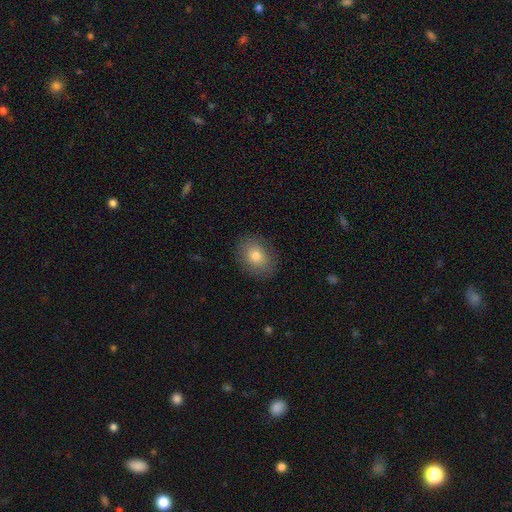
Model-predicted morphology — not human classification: Smooth or featured: smooth — 79% (featured or disk — 11%)
How rounded: in between — 65% (round — 34%)
Merging: none — 87% (minor disturbance — 9%)